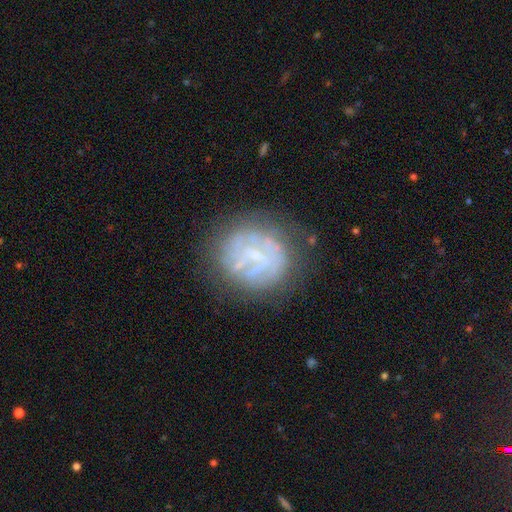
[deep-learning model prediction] Smooth or featured: featured or disk — 64% (smooth — 24%)
Edge-on disk: no — 97% (yes — 3%)
Bar: no — 54% (weak — 35%)
Spiral arms: yes — 51% (no — 49%)
Bulge size: small — 68% (none — 15%)
Merging: none — 69% (minor disturbance — 17%)